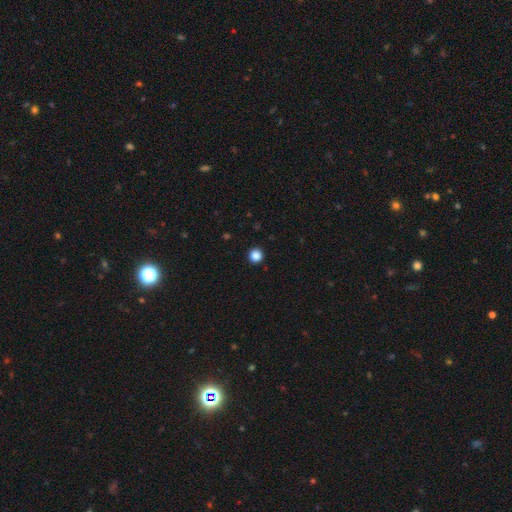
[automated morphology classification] Smooth or featured? Predicted: smooth (p=0.86). How rounded? Predicted: round (p=0.95). Merging? Predicted: none (p=0.94).